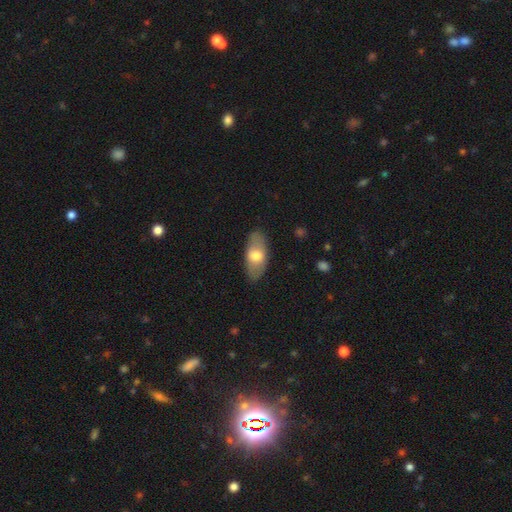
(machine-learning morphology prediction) Smooth or featured?
  - smooth: 64% *
  - featured or disk: 30%
  - star or artifact: 6%
How rounded?
  - in between: 89% *
  - cigar-shaped: 8%
  - round: 3%
Merging?
  - none: 83% *
  - minor disturbance: 12%
  - major disturbance: 3%
  - merger: 1%